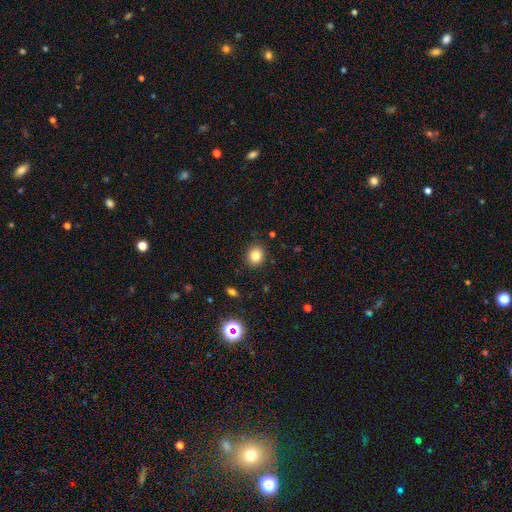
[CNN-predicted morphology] This appears to be a smooth galaxy with no disk features (82%) that is round (73%). Merging: none (89%).